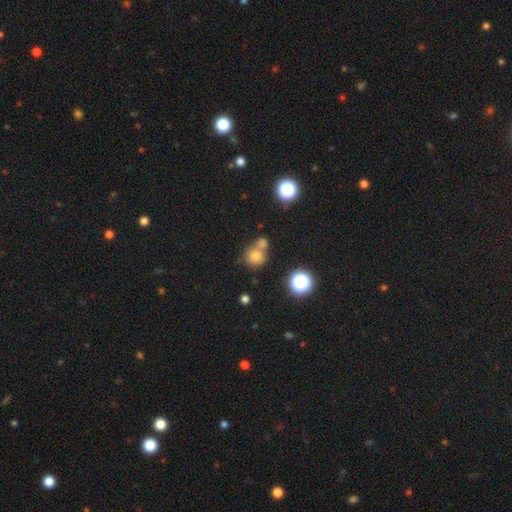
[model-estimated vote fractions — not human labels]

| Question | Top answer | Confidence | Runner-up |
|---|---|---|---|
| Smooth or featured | smooth | 73% | star or artifact (17%) |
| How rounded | round | 85% | in between (14%) |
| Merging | none | 49% | merger (39%) |